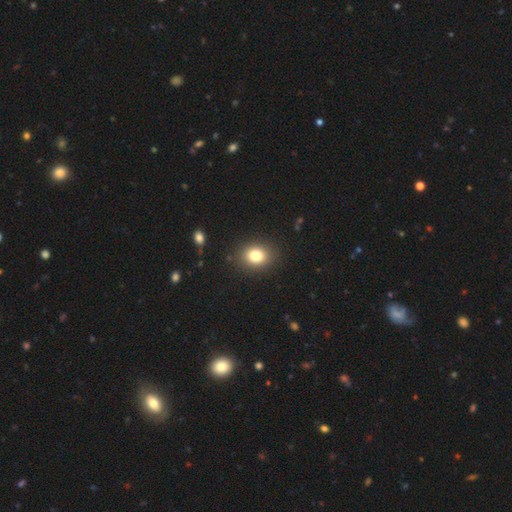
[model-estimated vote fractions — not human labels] A smooth galaxy with no disk features (81%) that is round (52%).

Vote fractions:
- Smooth or featured? smooth: 81% / star or artifact: 11% / featured or disk: 8%
- How rounded? round: 52% / in between: 48% / cigar-shaped: 1%
- Merging? none: 88% / minor disturbance: 8% / major disturbance: 3% / merger: 1%